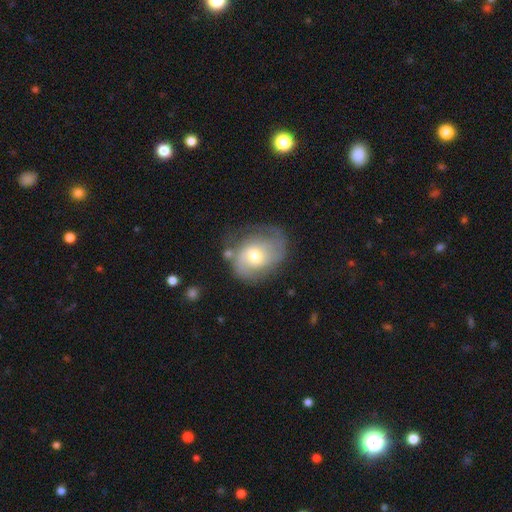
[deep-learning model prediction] Morphology: type=featured or disk (56%); edge-on=no (96%); bar=no (67%); spiral arms=yes (76%); bulge=moderate (71%); merging=none (46%).